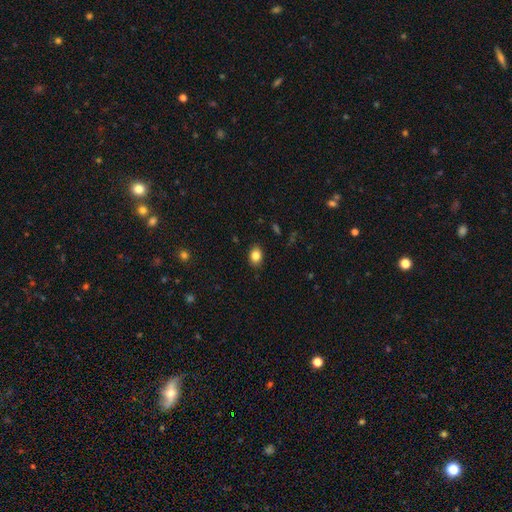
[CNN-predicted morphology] Q: Smooth or featured?
A: smooth (84%); runner-up: star or artifact (9%)
Q: How rounded?
A: in between (71%); runner-up: round (28%)
Q: Merging?
A: none (88%); runner-up: minor disturbance (9%)